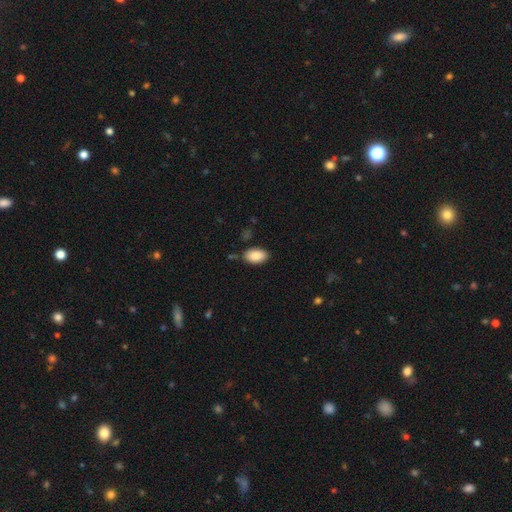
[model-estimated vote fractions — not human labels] Smooth or featured? smooth (88%)
How rounded? in between (93%)
Merging? none (77%)